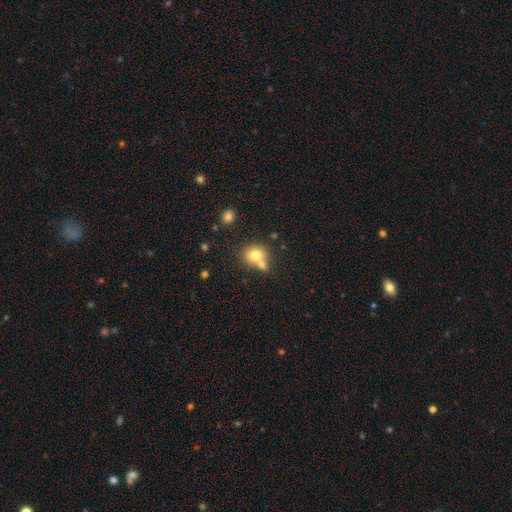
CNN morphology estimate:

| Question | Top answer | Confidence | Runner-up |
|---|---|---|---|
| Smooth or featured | smooth | 76% | featured or disk (13%) |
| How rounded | round | 72% | in between (28%) |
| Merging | none | 45% | merger (42%) |